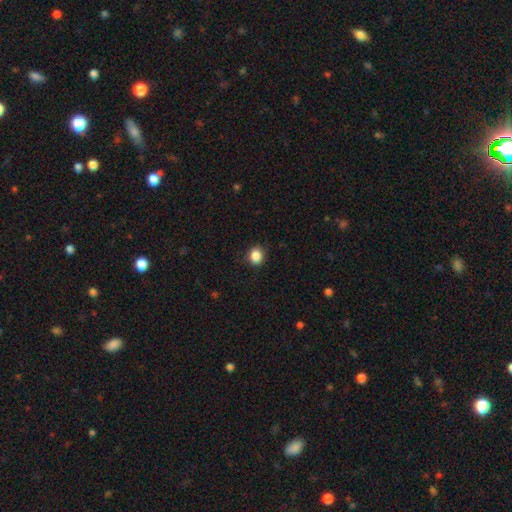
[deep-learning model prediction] Smooth or featured?
  - smooth: 87% *
  - star or artifact: 10%
  - featured or disk: 3%
How rounded?
  - round: 72% *
  - in between: 27%
  - cigar-shaped: 1%
Merging?
  - none: 87% *
  - minor disturbance: 10%
  - major disturbance: 2%
  - merger: 1%